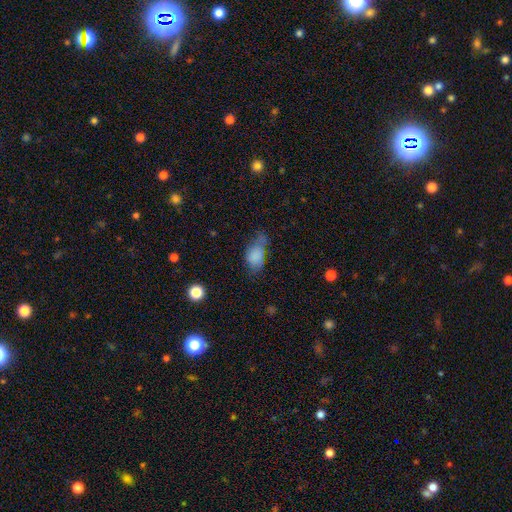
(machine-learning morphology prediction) smooth_or_featured: smooth (p=0.78) [alt: featured or disk p=0.12]
how_rounded: in between (p=0.88) [alt: round p=0.08]
merging: minor disturbance (p=0.39) [alt: none p=0.34]